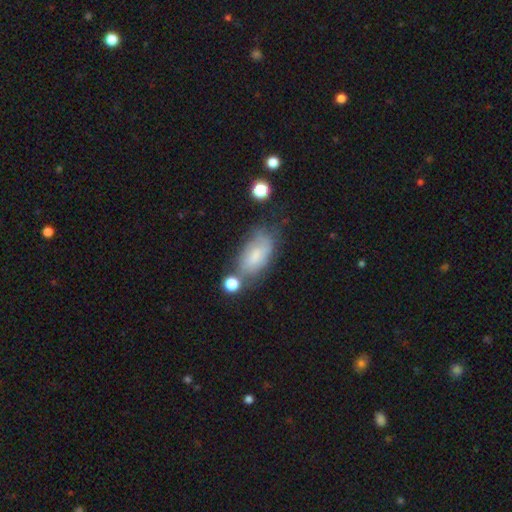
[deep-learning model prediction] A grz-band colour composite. It shows a smooth galaxy with no disk features (65%) that is in between round and cigar-shaped (90%). Merging: none (45%).